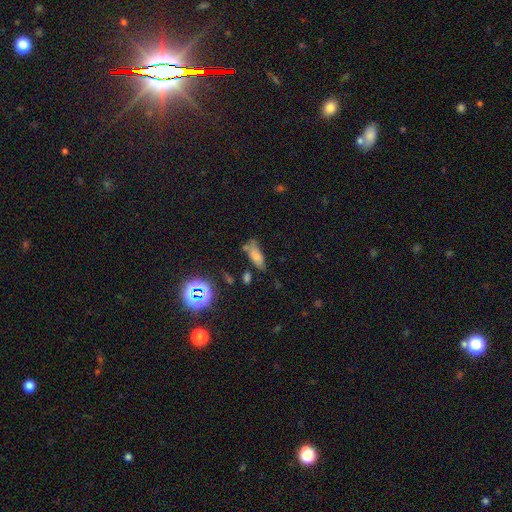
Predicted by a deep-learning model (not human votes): Smooth or featured? smooth (70%)
How rounded? in between (69%)
Merging? none (54%)